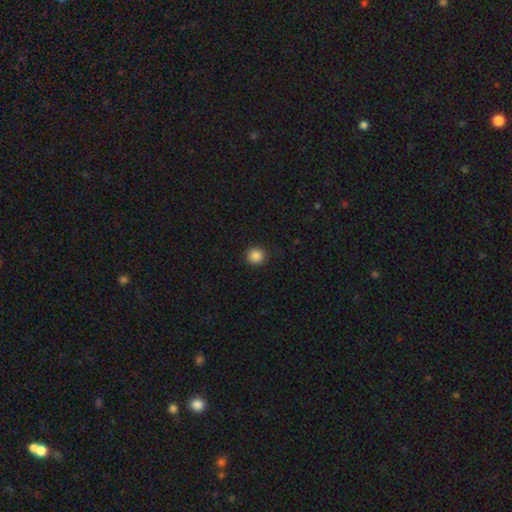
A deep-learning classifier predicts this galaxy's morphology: Q: Smooth or featured?
A: smooth (86%); runner-up: star or artifact (10%)
Q: How rounded?
A: round (92%); runner-up: in between (7%)
Q: Merging?
A: none (91%); runner-up: minor disturbance (6%)